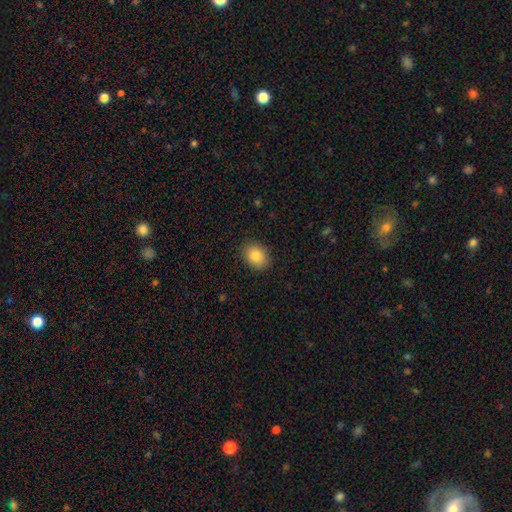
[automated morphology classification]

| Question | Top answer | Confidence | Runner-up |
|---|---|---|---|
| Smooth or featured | smooth | 85% | star or artifact (8%) |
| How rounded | in between | 63% | round (36%) |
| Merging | none | 88% | minor disturbance (9%) |